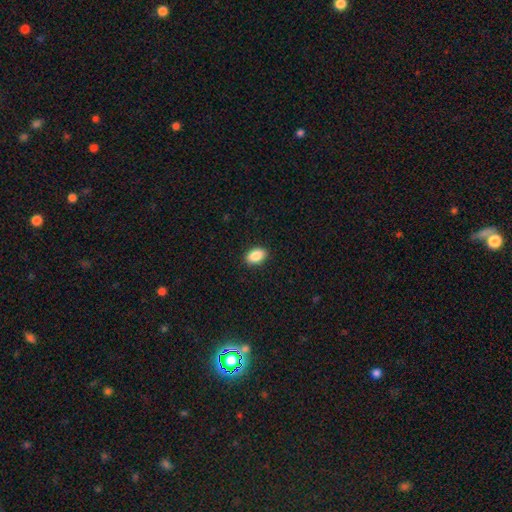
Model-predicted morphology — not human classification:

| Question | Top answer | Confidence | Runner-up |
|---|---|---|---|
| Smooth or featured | smooth | 88% | star or artifact (7%) |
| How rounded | in between | 89% | round (9%) |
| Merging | none | 90% | minor disturbance (7%) |